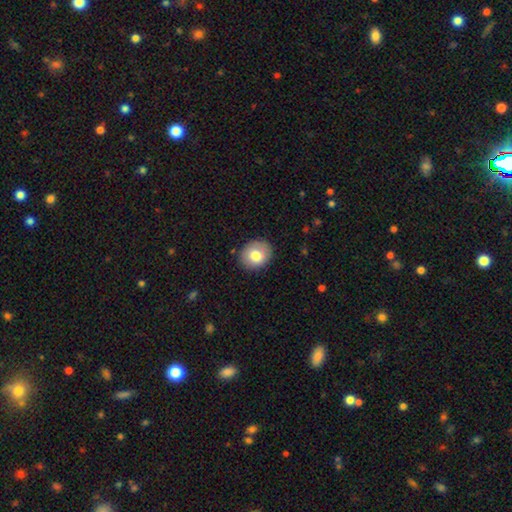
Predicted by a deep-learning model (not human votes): This is likely a smooth galaxy (77%). How rounded: likely round (68%). Merging: clearly none (85%).